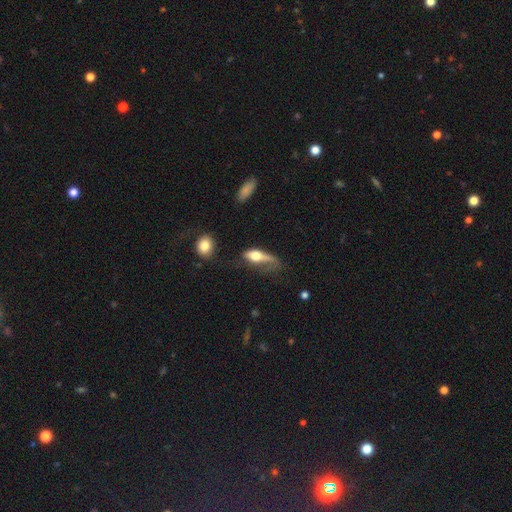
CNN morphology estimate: smooth_or_featured: smooth (p=0.56) [alt: featured or disk p=0.36]
how_rounded: in between (p=0.62) [alt: cigar-shaped p=0.31]
merging: major disturbance (p=0.47) [alt: minor disturbance p=0.24]